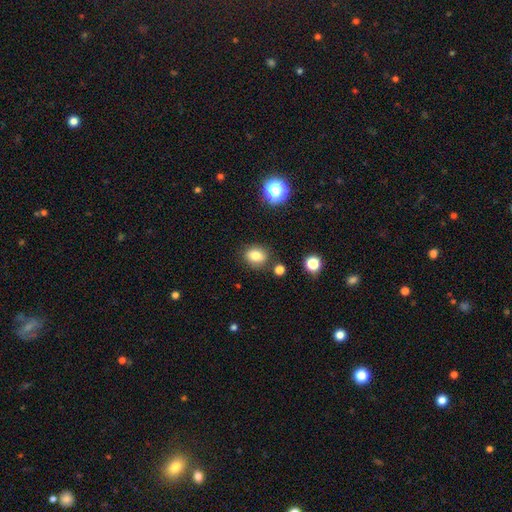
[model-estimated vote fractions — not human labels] This appears to be a smooth galaxy with no disk features (80%) that is round (53%). Merging: none (81%).